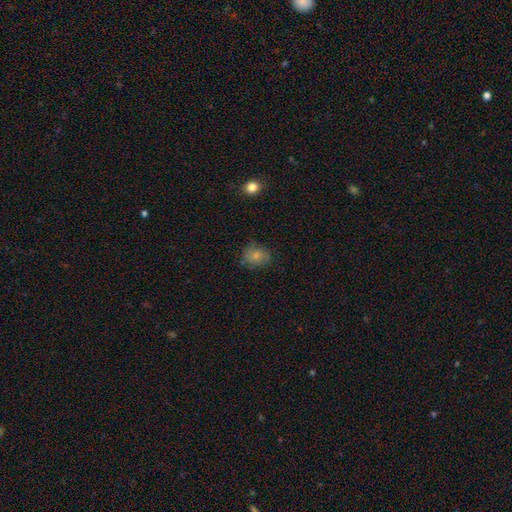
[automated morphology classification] A smooth galaxy with no disk features (79%) that is round (53%). Merging: none (73%).